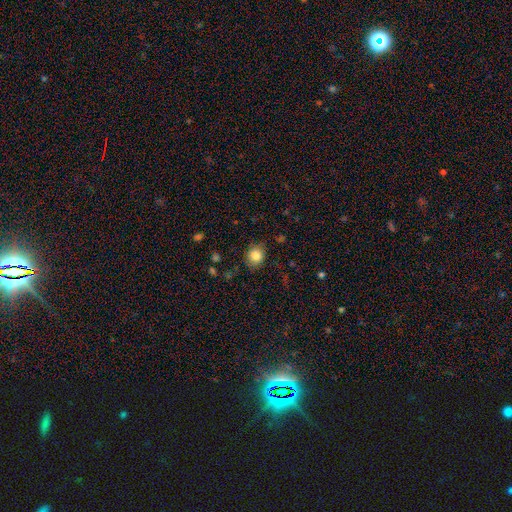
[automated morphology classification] smooth-or-featured: smooth: 84% | star or artifact: 10% | featured or disk: 7%
  how-rounded: round: 65% | in between: 34% | cigar-shaped: 1%
  merging: none: 81% | minor disturbance: 14% | major disturbance: 4% | merger: 1%